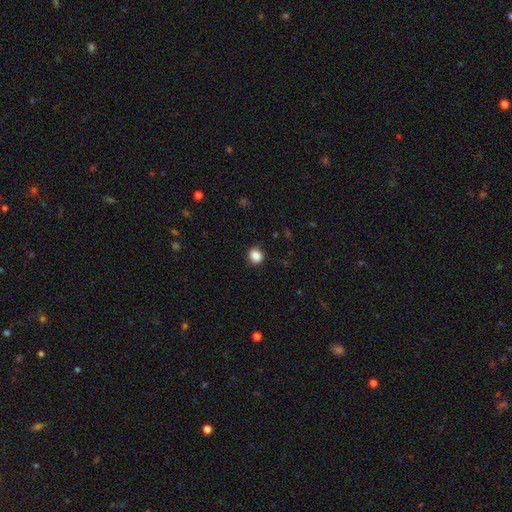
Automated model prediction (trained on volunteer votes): Smooth or featured?
  - smooth: 87% *
  - star or artifact: 10%
  - featured or disk: 3%
How rounded?
  - round: 75% *
  - in between: 24%
  - cigar-shaped: 1%
Merging?
  - none: 87% *
  - minor disturbance: 10%
  - major disturbance: 3%
  - merger: 1%